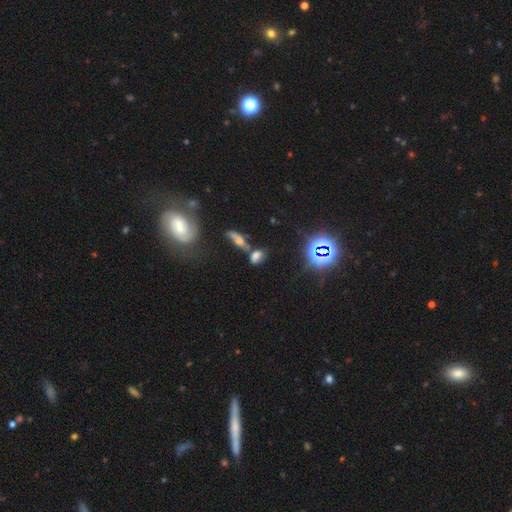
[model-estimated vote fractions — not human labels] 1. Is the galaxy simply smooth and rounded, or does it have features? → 59% smooth, 25% star or artifact, 15% featured or disk.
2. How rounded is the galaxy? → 81% in between, 12% round, 7% cigar-shaped.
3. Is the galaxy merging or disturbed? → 43% merger, 38% none, 12% minor disturbance, 7% major disturbance.